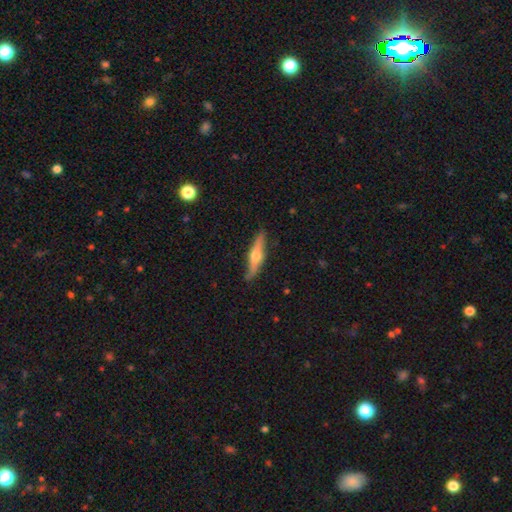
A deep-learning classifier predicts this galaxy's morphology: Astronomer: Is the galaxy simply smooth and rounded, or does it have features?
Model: featured or disk — 61%.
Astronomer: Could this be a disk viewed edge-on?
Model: yes — 93%.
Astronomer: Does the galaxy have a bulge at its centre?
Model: rounded — 92%.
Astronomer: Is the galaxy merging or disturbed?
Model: none — 83%.